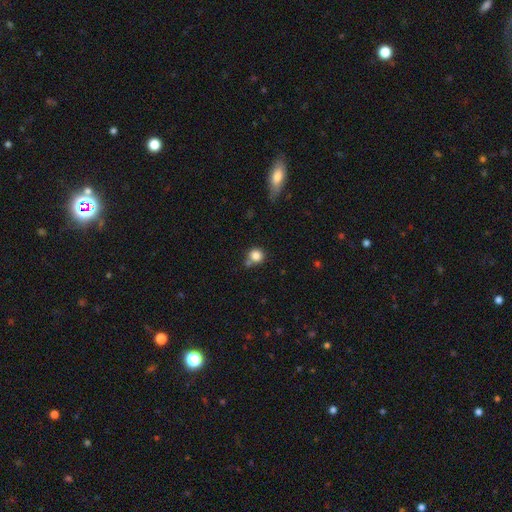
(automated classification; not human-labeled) Q: Smooth or featured?
A: smooth (84%); runner-up: star or artifact (10%)
Q: How rounded?
A: round (89%); runner-up: in between (10%)
Q: Merging?
A: none (64%); runner-up: merger (17%)